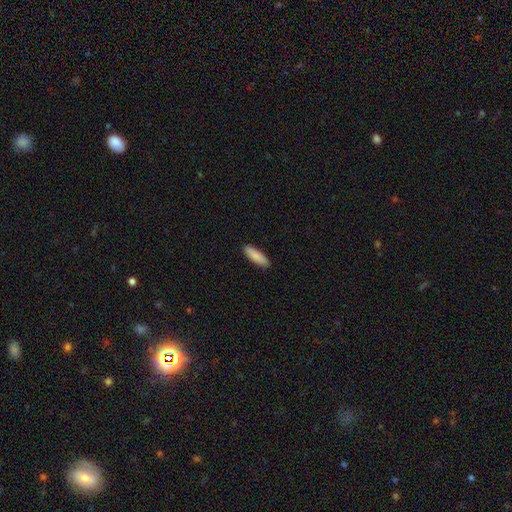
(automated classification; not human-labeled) smooth_or_featured: smooth (p=0.89) [alt: featured or disk p=0.06]
how_rounded: cigar-shaped (p=0.53) [alt: in between p=0.45]
merging: none (p=0.90) [alt: minor disturbance p=0.08]